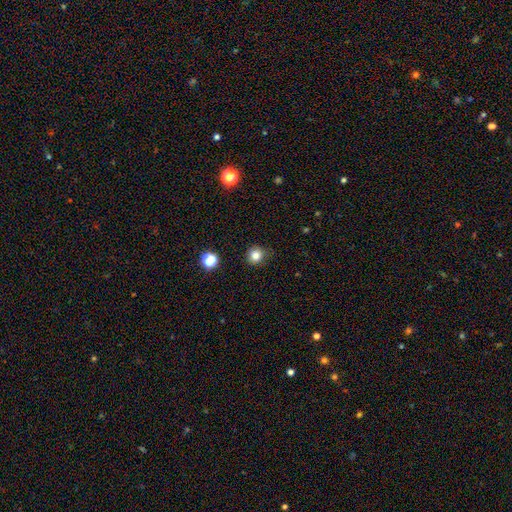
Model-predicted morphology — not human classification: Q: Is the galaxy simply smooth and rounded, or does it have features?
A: smooth — 81%.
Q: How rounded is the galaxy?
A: round — 90%.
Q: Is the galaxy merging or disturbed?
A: none — 85%.